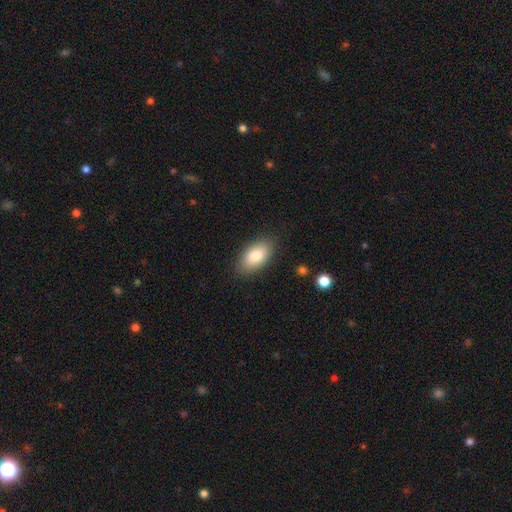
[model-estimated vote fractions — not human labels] Smooth or featured? smooth (82%)
How rounded? in between (93%)
Merging? none (85%)